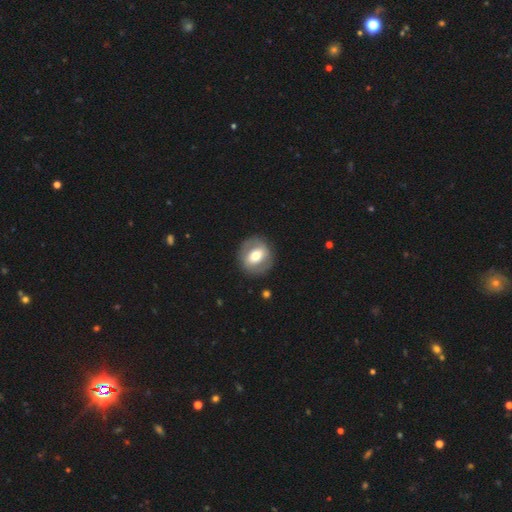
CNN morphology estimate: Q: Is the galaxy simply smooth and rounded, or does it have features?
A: smooth — 51%.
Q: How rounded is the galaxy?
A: round — 70%.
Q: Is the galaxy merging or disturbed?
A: none — 84%.